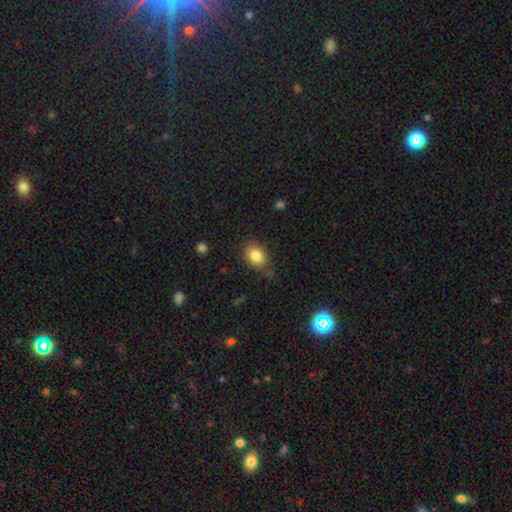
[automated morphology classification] Smooth or featured? Predicted: smooth (p=0.83). How rounded? Predicted: in between (p=0.69). Merging? Predicted: none (p=0.75).